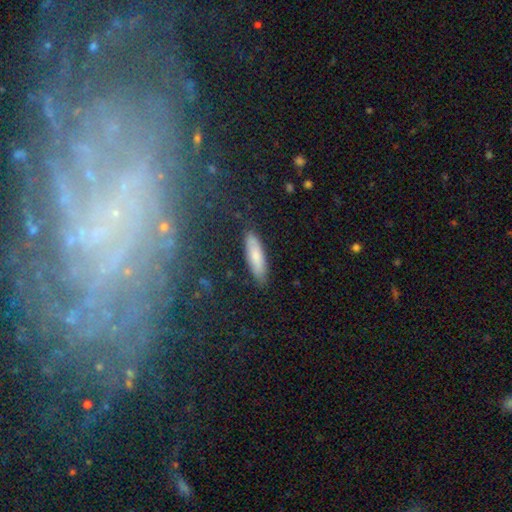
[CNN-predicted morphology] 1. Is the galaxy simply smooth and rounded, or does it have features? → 76% smooth, 18% featured or disk, 7% star or artifact.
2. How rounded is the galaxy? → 63% cigar-shaped, 35% in between, 2% round.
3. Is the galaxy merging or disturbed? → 84% none, 12% minor disturbance, 3% major disturbance, 2% merger.